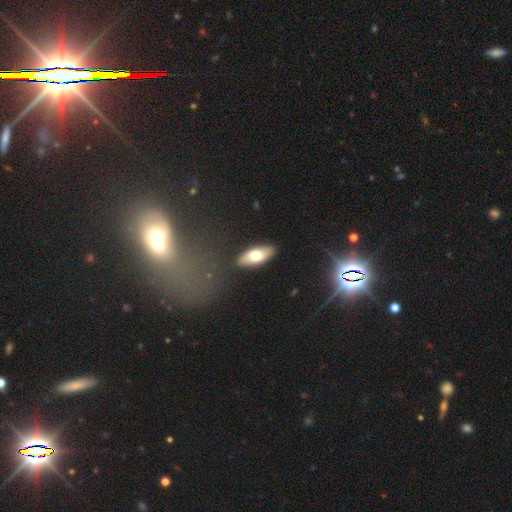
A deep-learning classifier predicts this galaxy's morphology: Smooth or featured? smooth (66%)
How rounded? in between (82%)
Merging? none (88%)